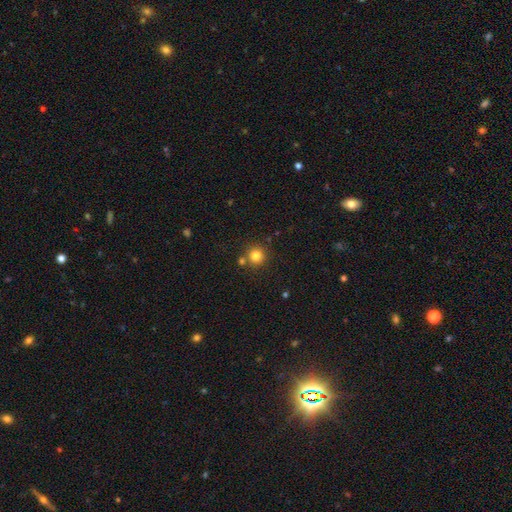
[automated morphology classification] Smooth or featured?
  - smooth: 81% *
  - star or artifact: 13%
  - featured or disk: 6%
How rounded?
  - round: 93% *
  - in between: 6%
  - cigar-shaped: 1%
Merging?
  - none: 77% *
  - merger: 12%
  - minor disturbance: 8%
  - major disturbance: 3%